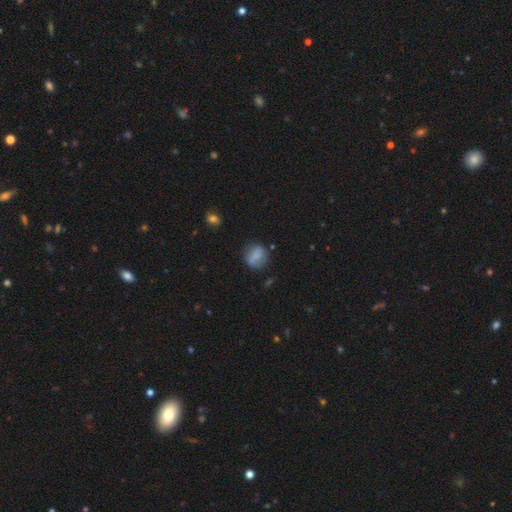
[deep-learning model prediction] Morphology: type=smooth (72%); roundness=round (66%); merging=none (67%).